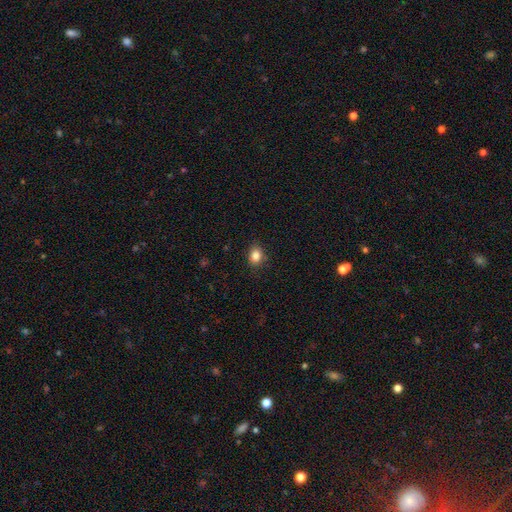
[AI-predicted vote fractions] smooth-or-featured: smooth: 83% | star or artifact: 11% | featured or disk: 6%
  how-rounded: in between: 56% | round: 43% | cigar-shaped: 1%
  merging: none: 82% | minor disturbance: 14% | major disturbance: 3% | merger: 1%